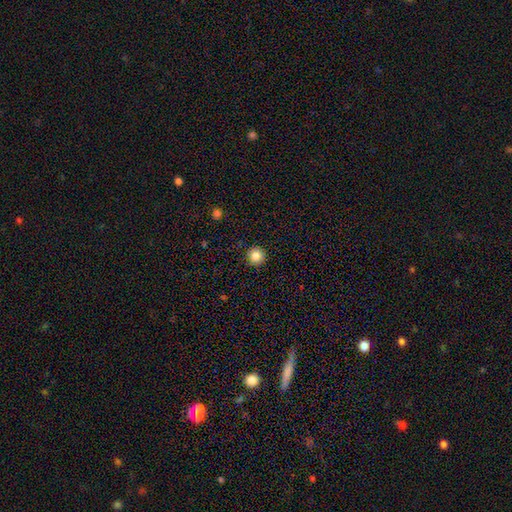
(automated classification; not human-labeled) This is clearly a smooth galaxy (84%). How rounded: clearly round (95%). Merging: clearly none (92%).